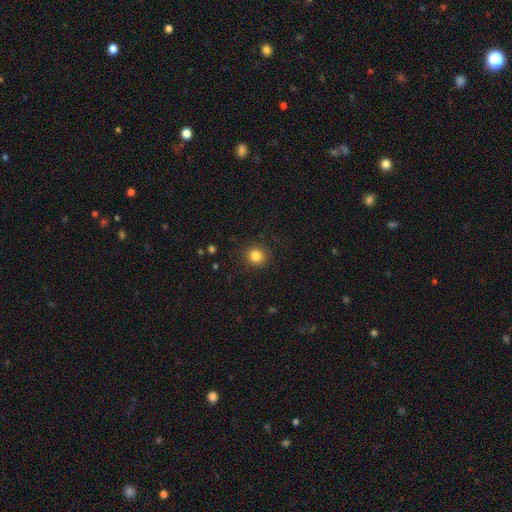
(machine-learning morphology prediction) A smooth galaxy with no disk features (83%) that is round (90%). Merging: none (91%).